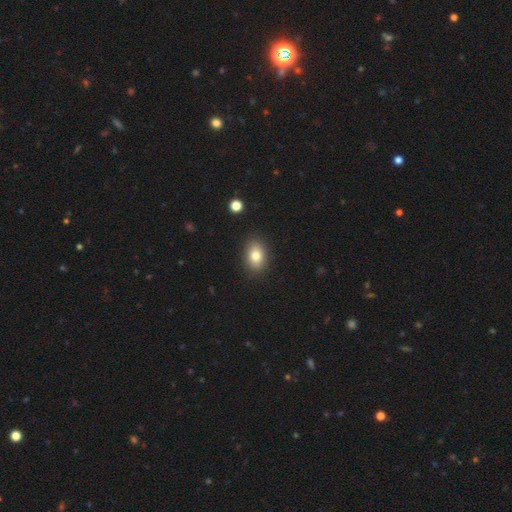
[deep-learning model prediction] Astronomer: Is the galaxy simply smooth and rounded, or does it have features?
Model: smooth — 80%.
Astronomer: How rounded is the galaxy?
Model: in between — 79%.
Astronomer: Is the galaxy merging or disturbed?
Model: none — 88%.